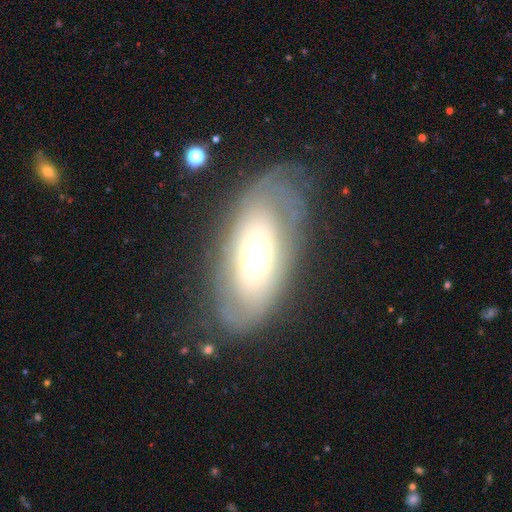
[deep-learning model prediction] This is possibly a featured or disk galaxy (53%). It is clearly not viewed edge-on (86%). Merging: likely none (65%).